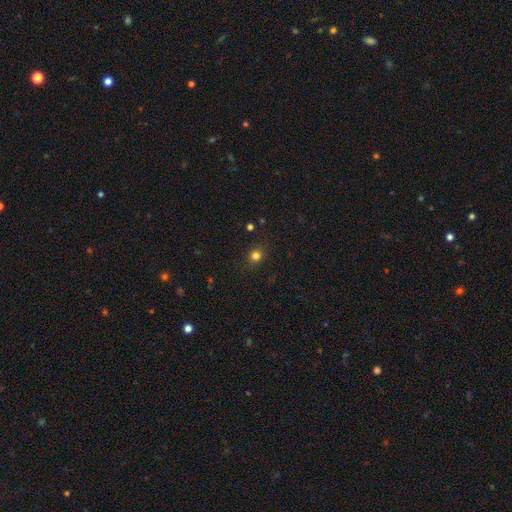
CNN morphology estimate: smooth_or_featured: smooth (p=0.79) [alt: star or artifact p=0.16]
how_rounded: round (p=0.79) [alt: in between p=0.20]
merging: none (p=0.87) [alt: minor disturbance p=0.09]